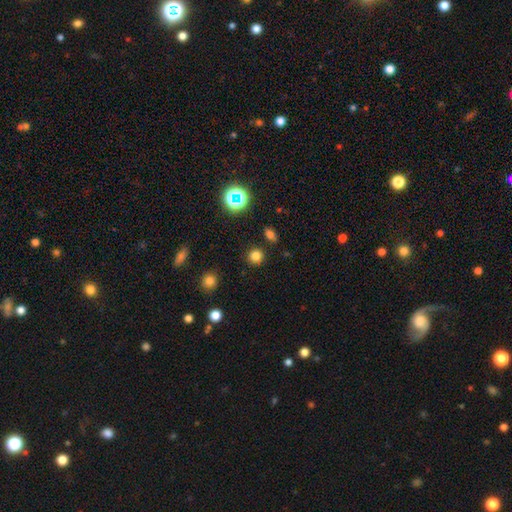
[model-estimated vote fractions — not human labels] smooth 76%, star or artifact 19%, featured or disk 5%. Down the decision tree: how rounded — round (89%); merging — none (87%).